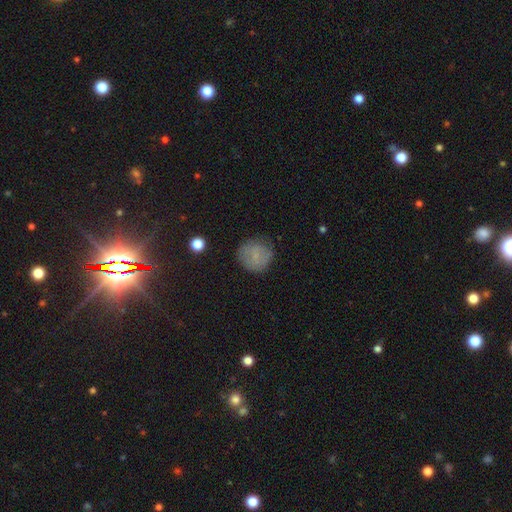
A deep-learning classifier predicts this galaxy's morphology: smooth_or_featured: smooth (p=0.74) [alt: featured or disk p=0.16]
how_rounded: round (p=0.90) [alt: in between p=0.09]
merging: none (p=0.76) [alt: minor disturbance p=0.18]